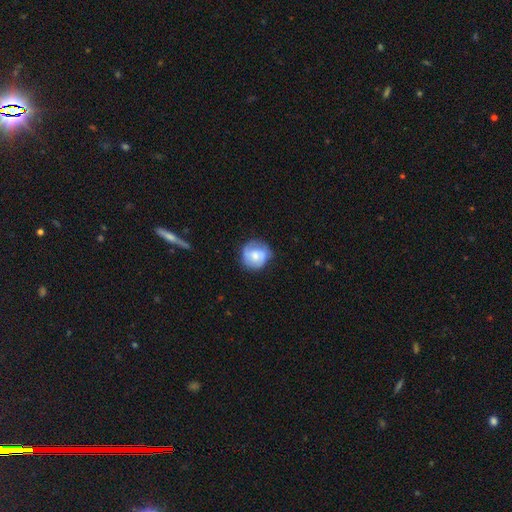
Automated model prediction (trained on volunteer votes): smooth-or-featured: featured or disk: 50% | smooth: 43% | star or artifact: 7%
  disk-edge-on: no: 98% | yes: 2%
  merging: none: 71% | minor disturbance: 21% | major disturbance: 7% | merger: 1%